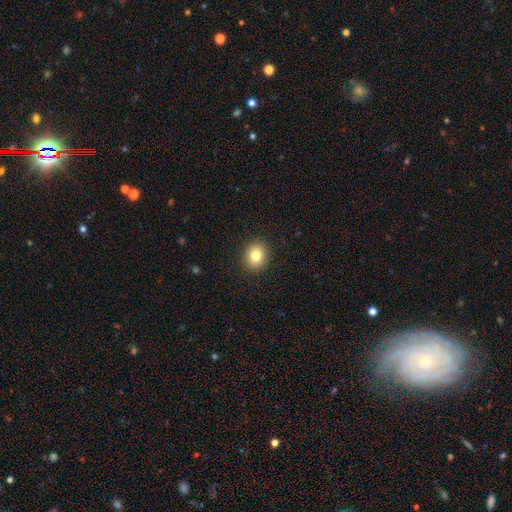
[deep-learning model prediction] Smooth or featured: smooth — 82% (star or artifact — 10%)
How rounded: round — 66% (in between — 33%)
Merging: none — 91% (minor disturbance — 6%)